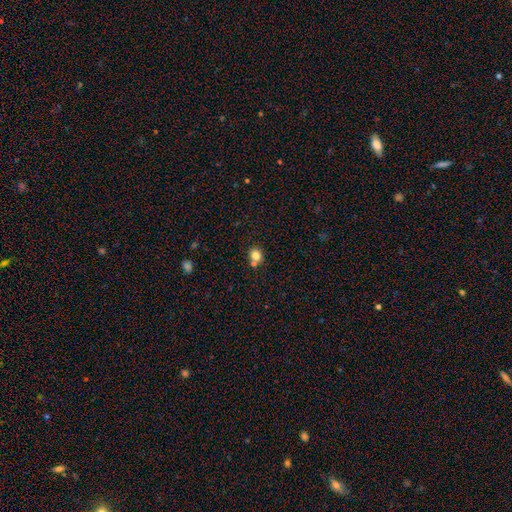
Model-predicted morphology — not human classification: This is clearly a smooth galaxy (81%). How rounded: clearly round (81%). Merging: likely none (67%).